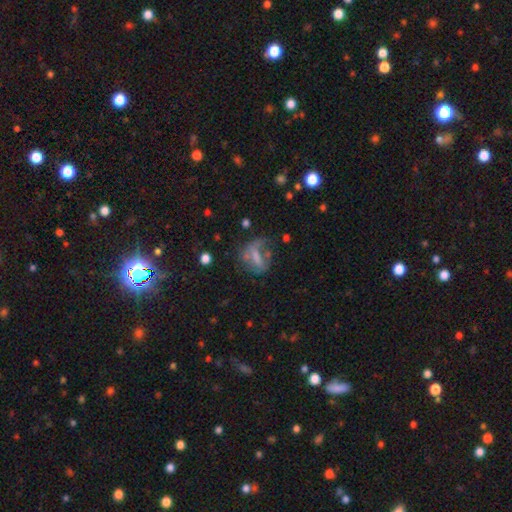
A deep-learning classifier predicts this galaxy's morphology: A featured or disk galaxy (42%).

Vote fractions:
- Smooth or featured? featured or disk: 42% / smooth: 33% / star or artifact: 25%
- Merging? none: 44% / major disturbance: 28% / minor disturbance: 23% / merger: 6%